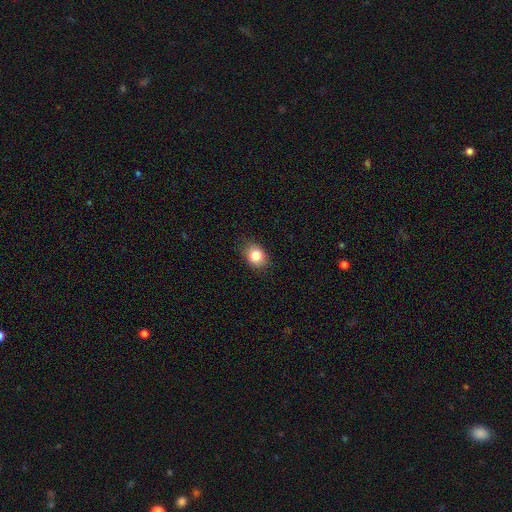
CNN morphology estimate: smooth_or_featured: smooth (p=0.84) [alt: star or artifact p=0.09]
how_rounded: in between (p=0.54) [alt: round p=0.45]
merging: none (p=0.83) [alt: minor disturbance p=0.14]